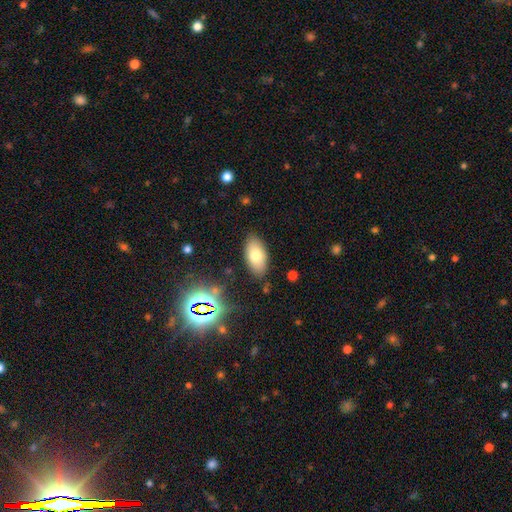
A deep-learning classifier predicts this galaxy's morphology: This appears to be a smooth galaxy with no disk features (73%) that is in between round and cigar-shaped (94%). Merging: none (85%).